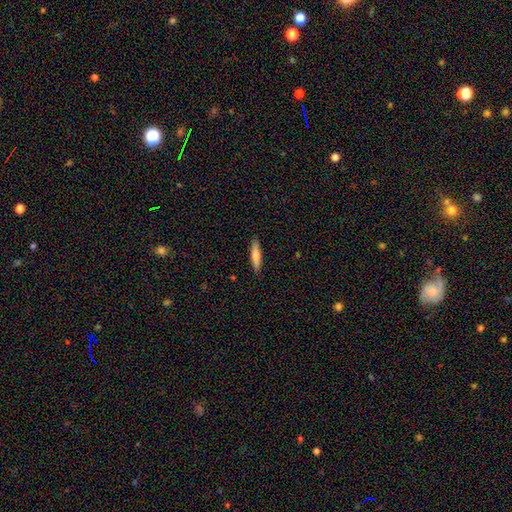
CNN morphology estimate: Smooth or featured? smooth (70%)
How rounded? cigar-shaped (82%)
Merging? none (89%)